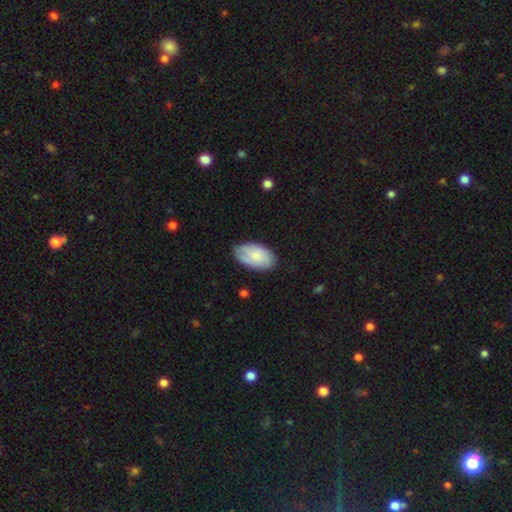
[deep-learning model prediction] smooth 67%, featured or disk 27%, star or artifact 6%. Down the decision tree: how rounded — in between (93%); merging — none (77%).